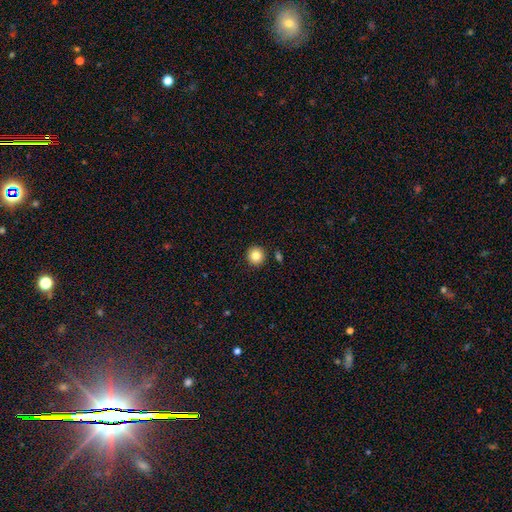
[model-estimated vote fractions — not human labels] Morphology: type=smooth (83%); roundness=round (94%); merging=none (91%).